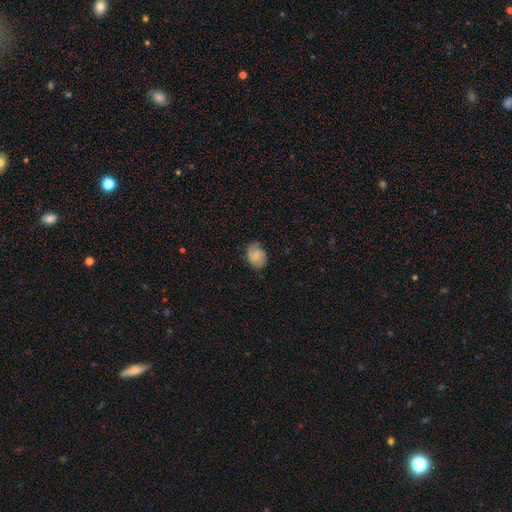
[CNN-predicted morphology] type=smooth (65%); roundness=in between (65%); merging=none (68%).